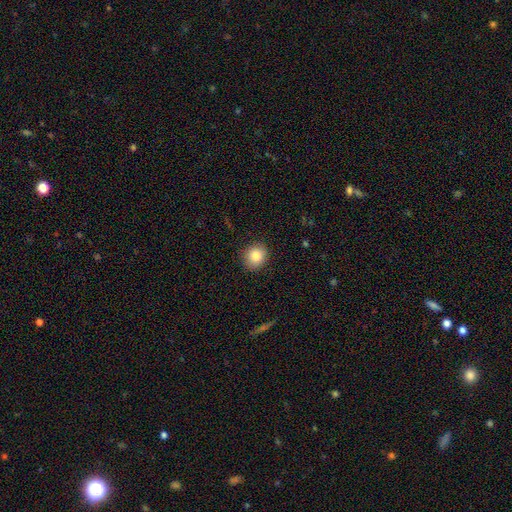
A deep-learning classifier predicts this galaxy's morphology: smooth-or-featured: smooth: 83% | star or artifact: 9% | featured or disk: 7%
  how-rounded: round: 75% | in between: 24% | cigar-shaped: 1%
  merging: none: 88% | minor disturbance: 9% | major disturbance: 2% | merger: 1%